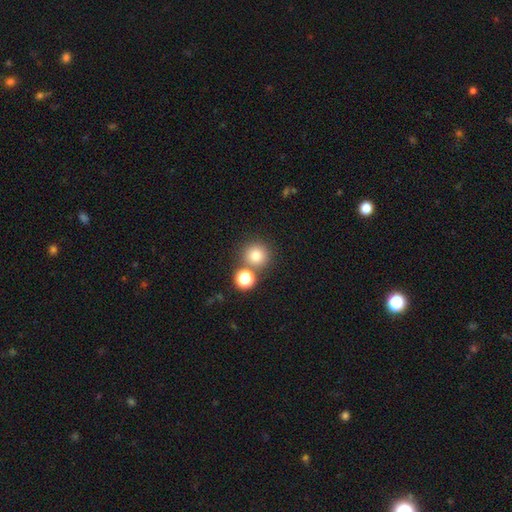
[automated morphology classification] This is likely a smooth galaxy (77%). How rounded: clearly round (93%). Merging: likely none (73%).